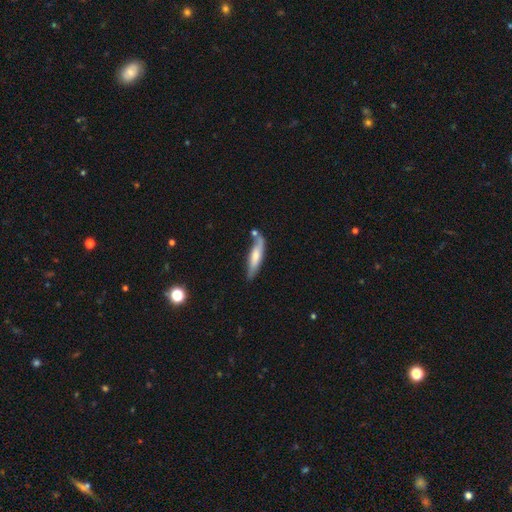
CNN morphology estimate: smooth_or_featured: smooth (p=0.59) [alt: featured or disk p=0.35]
how_rounded: cigar-shaped (p=0.78) [alt: in between p=0.20]
merging: none (p=0.57) [alt: minor disturbance p=0.22]